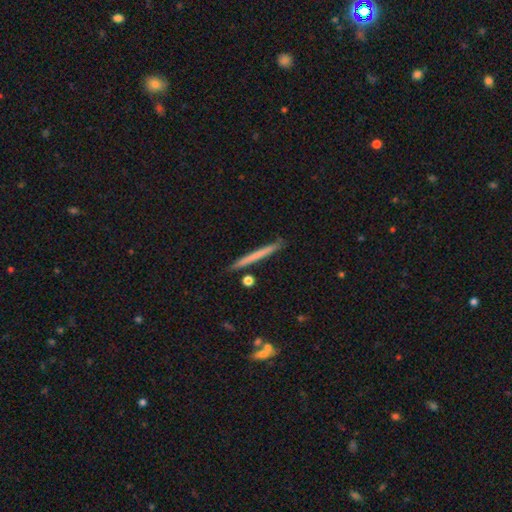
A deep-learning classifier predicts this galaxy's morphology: smooth_or_featured: smooth (p=0.58) [alt: featured or disk p=0.36]
how_rounded: cigar-shaped (p=0.97) [alt: in between p=0.02]
merging: none (p=0.88) [alt: minor disturbance p=0.08]